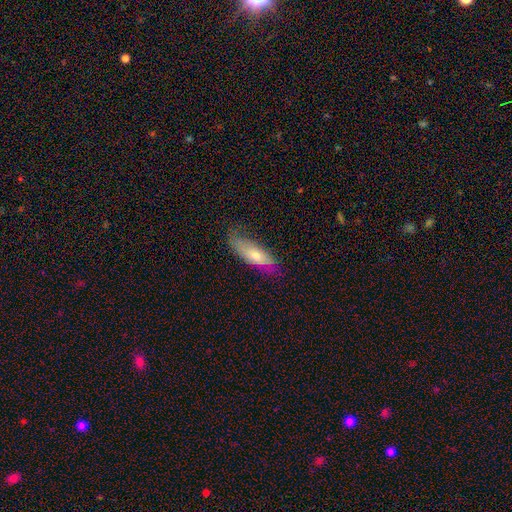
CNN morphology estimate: Q: Smooth or featured?
A: smooth (49%); runner-up: featured or disk (39%)
Q: Merging?
A: none (76%); runner-up: minor disturbance (18%)